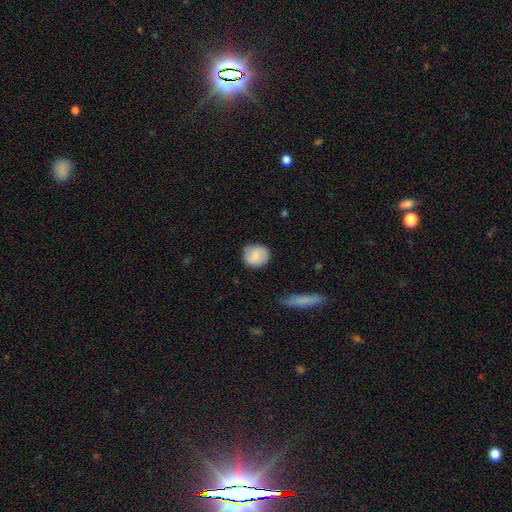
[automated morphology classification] A smooth galaxy with no disk features (79%) that is round (84%). Merging: none (81%).